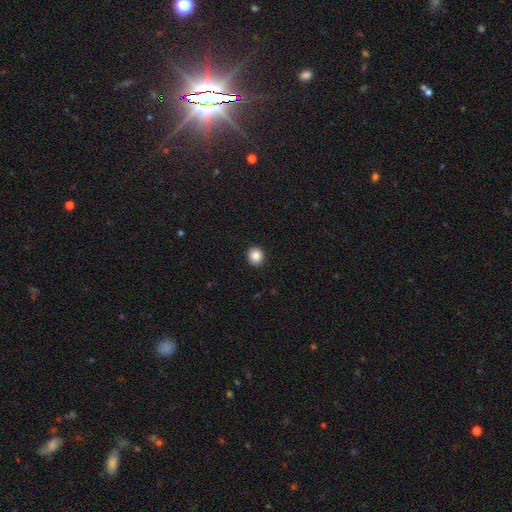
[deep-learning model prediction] Smooth or featured: smooth — 86% (star or artifact — 9%)
How rounded: round — 79% (in between — 20%)
Merging: none — 93% (minor disturbance — 5%)